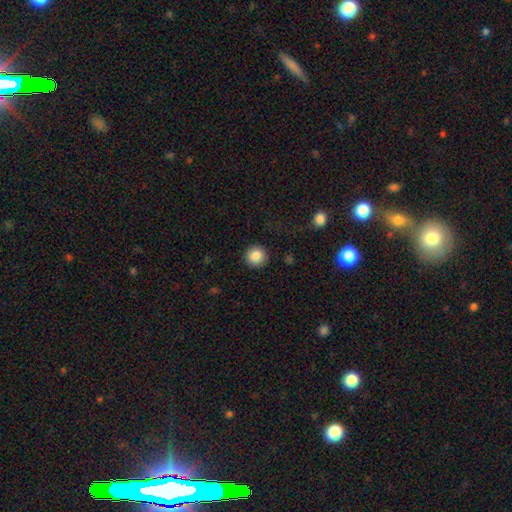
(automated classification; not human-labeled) smooth_or_featured: smooth (p=0.86) [alt: star or artifact p=0.09]
how_rounded: round (p=0.94) [alt: in between p=0.05]
merging: none (p=0.91) [alt: minor disturbance p=0.05]